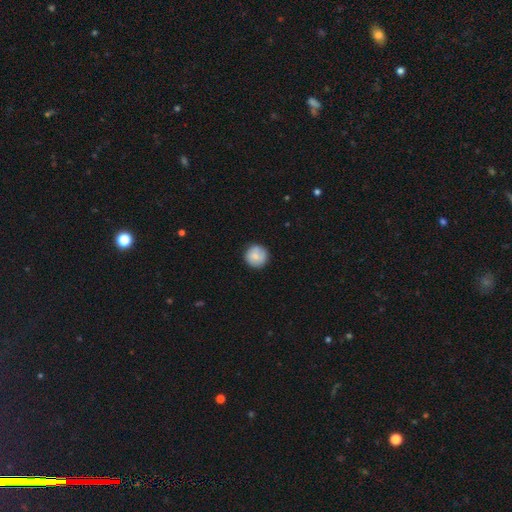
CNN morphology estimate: smooth-or-featured: smooth: 77% | featured or disk: 16% | star or artifact: 7%
  how-rounded: round: 95% | in between: 4% | cigar-shaped: 1%
  merging: none: 85% | minor disturbance: 11% | major disturbance: 2% | merger: 1%